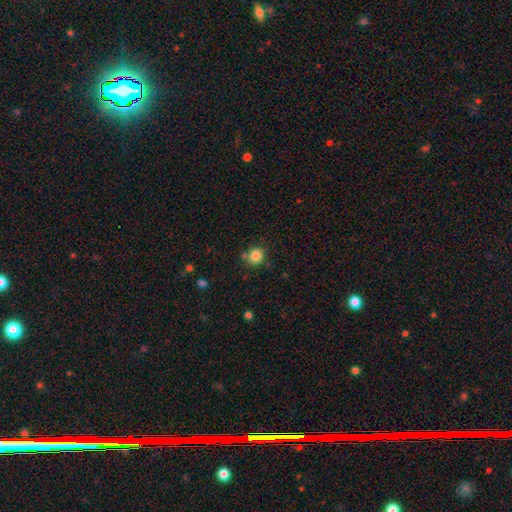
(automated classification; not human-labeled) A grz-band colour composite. It shows a smooth galaxy with no disk features (84%) that is round (84%). Merging: none (75%).